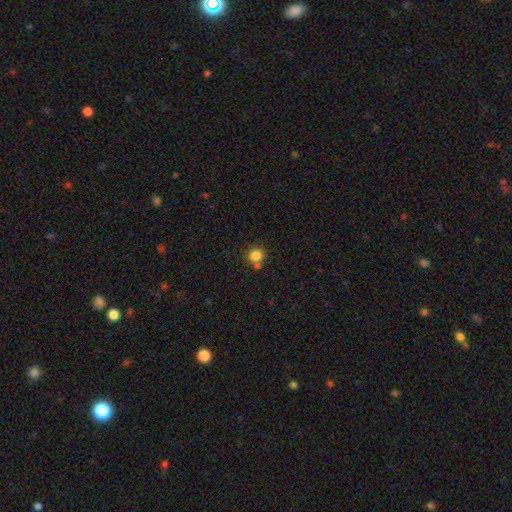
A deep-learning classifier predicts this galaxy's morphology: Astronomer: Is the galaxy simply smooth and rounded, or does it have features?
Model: smooth — 83%.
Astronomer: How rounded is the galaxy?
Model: round — 90%.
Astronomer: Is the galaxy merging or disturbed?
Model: none — 70%.